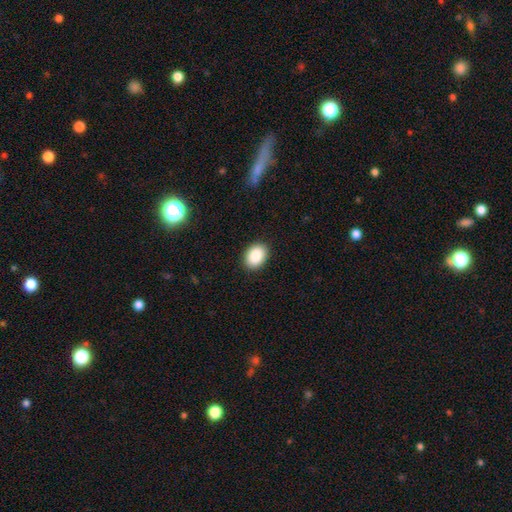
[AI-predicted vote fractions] smooth-or-featured: smooth: 89% | star or artifact: 7% | featured or disk: 4%
  how-rounded: in between: 73% | round: 26% | cigar-shaped: 1%
  merging: none: 90% | minor disturbance: 7% | major disturbance: 2% | merger: 1%